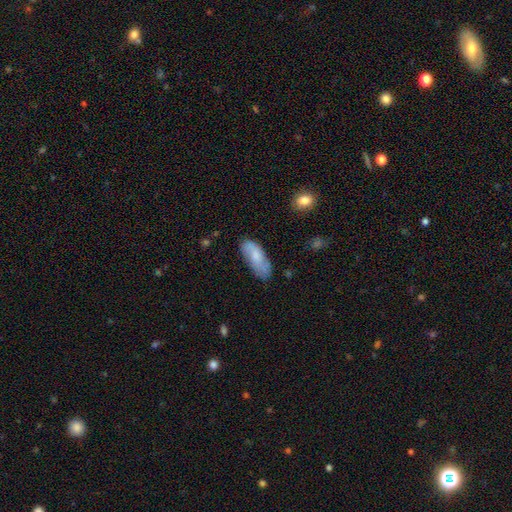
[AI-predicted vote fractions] A smooth galaxy with no disk features (65%) that is in between round and cigar-shaped (79%). Merging: none (71%).